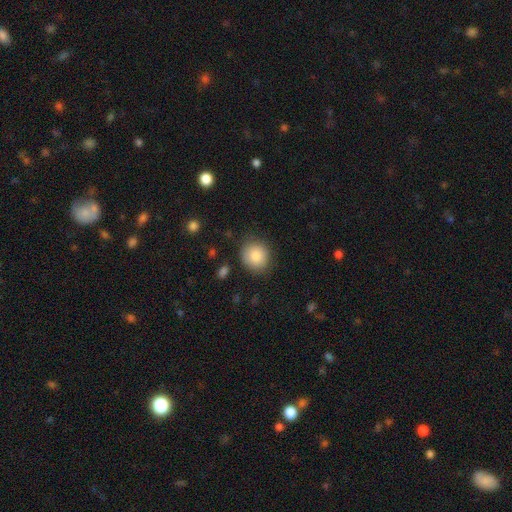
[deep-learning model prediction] Smooth or featured? smooth (86%)
How rounded? round (82%)
Merging? none (83%)